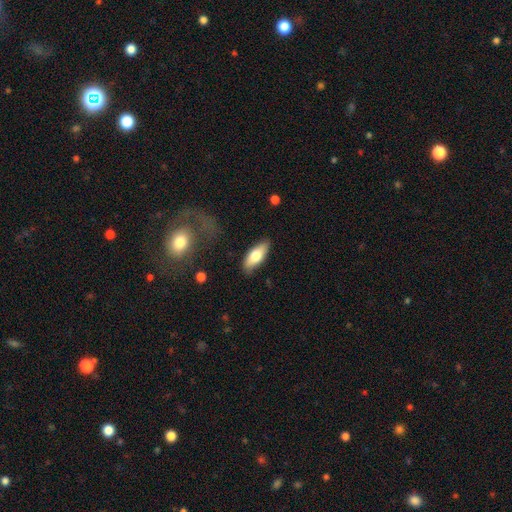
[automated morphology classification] A smooth galaxy with no disk features (72%) that is in between round and cigar-shaped (76%).

Vote fractions:
- Smooth or featured? smooth: 72% / featured or disk: 22% / star or artifact: 6%
- How rounded? in between: 76% / cigar-shaped: 22% / round: 2%
- Merging? none: 86% / minor disturbance: 11% / major disturbance: 2% / merger: 2%